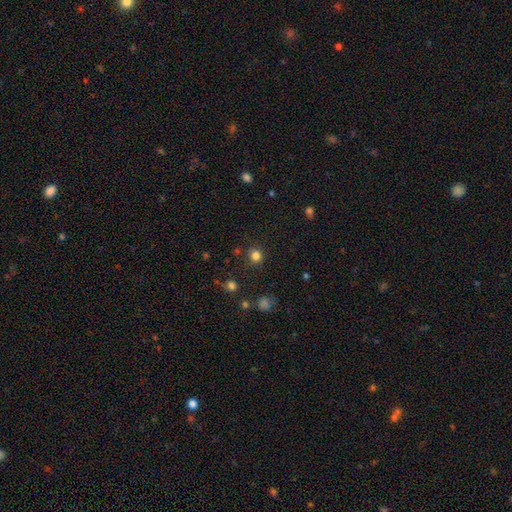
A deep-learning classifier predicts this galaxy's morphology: Smooth or featured?
  - smooth: 80% *
  - star or artifact: 15%
  - featured or disk: 5%
How rounded?
  - round: 90% *
  - in between: 9%
  - cigar-shaped: 1%
Merging?
  - none: 86% *
  - minor disturbance: 8%
  - major disturbance: 3%
  - merger: 3%